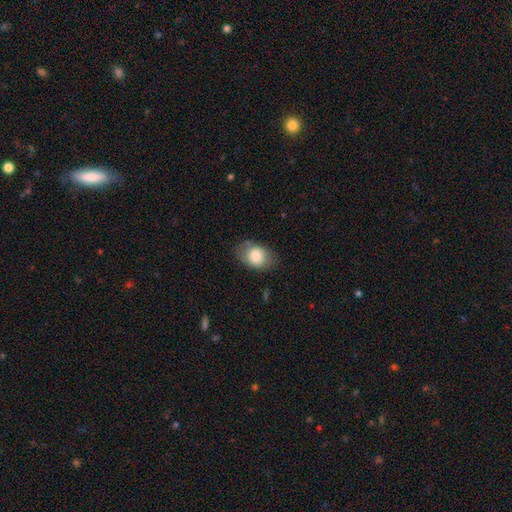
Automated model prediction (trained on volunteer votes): The model was most divided on "merging": none: 72%, minor disturbance: 19%, major disturbance: 7%, merger: 2%. More confident: how rounded — in between (79%); smooth or featured — smooth (78%).